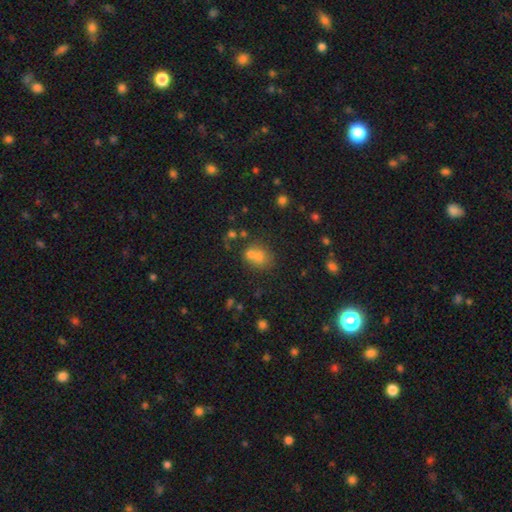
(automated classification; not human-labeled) A smooth galaxy with no disk features (69%) that is round (58%).

Vote fractions:
- Smooth or featured? smooth: 69% / star or artifact: 16% / featured or disk: 15%
- How rounded? round: 58% / in between: 41% / cigar-shaped: 1%
- Merging? merger: 48% / none: 37% / minor disturbance: 10% / major disturbance: 5%